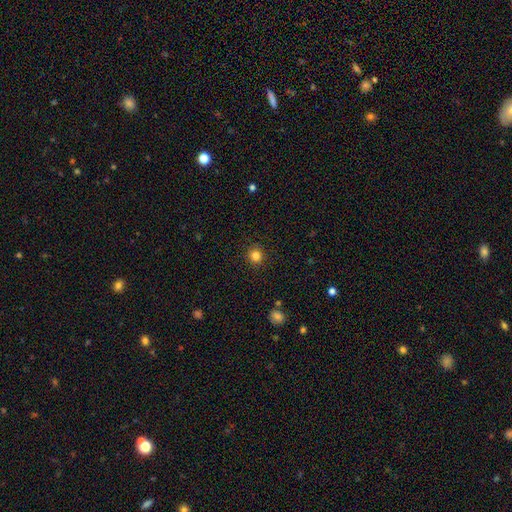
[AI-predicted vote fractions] smooth-or-featured: smooth: 82% | star or artifact: 13% | featured or disk: 5%
  how-rounded: round: 92% | in between: 7% | cigar-shaped: 1%
  merging: none: 90% | minor disturbance: 7% | major disturbance: 2% | merger: 1%